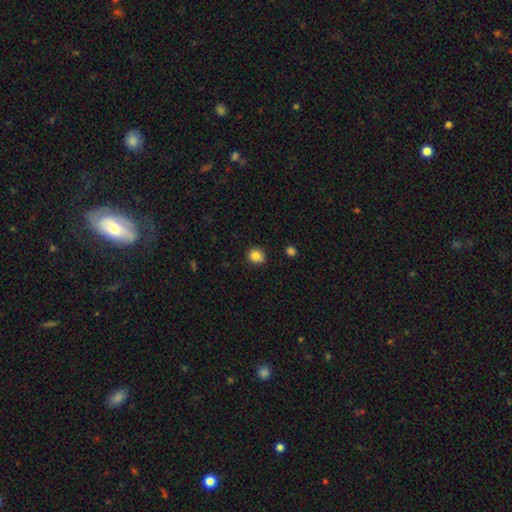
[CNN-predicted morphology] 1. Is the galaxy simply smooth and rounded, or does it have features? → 84% smooth, 11% star or artifact, 5% featured or disk.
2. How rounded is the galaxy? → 86% round, 13% in between, 1% cigar-shaped.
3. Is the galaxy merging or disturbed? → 81% none, 13% minor disturbance, 3% merger, 3% major disturbance.